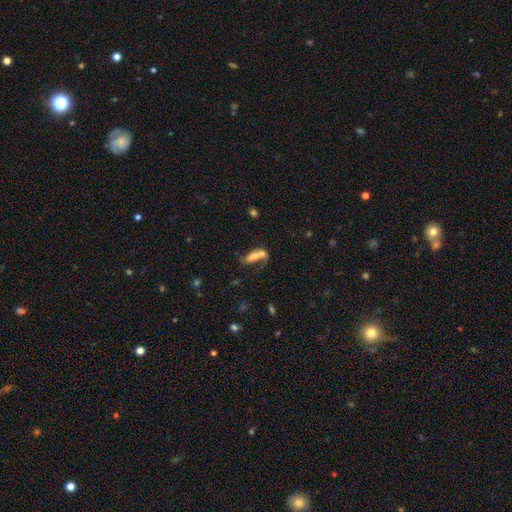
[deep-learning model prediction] smooth 62%, featured or disk 27%, star or artifact 11%. Down the decision tree: how rounded — in between (65%); merging — merger (52%).